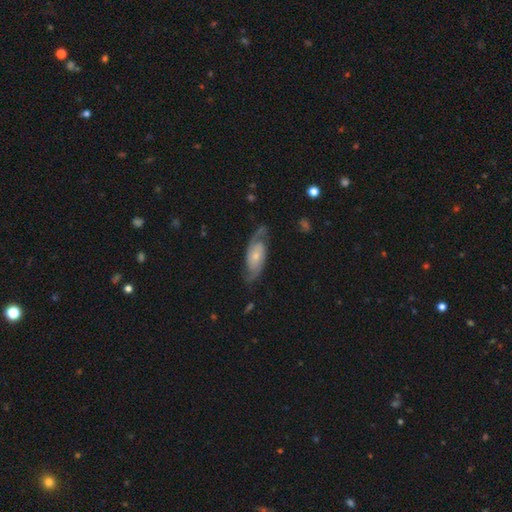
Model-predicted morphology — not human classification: This is likely a featured or disk galaxy (78%). It is clearly not viewed edge-on (93%). Bar: likely no (66%). Spiral arm pattern: clearly yes (95%). Spiral arm count: clearly 2 (87%). Spiral winding: marginally medium (45%). Central bulge: possibly small (57%). Merging: likely none (70%).